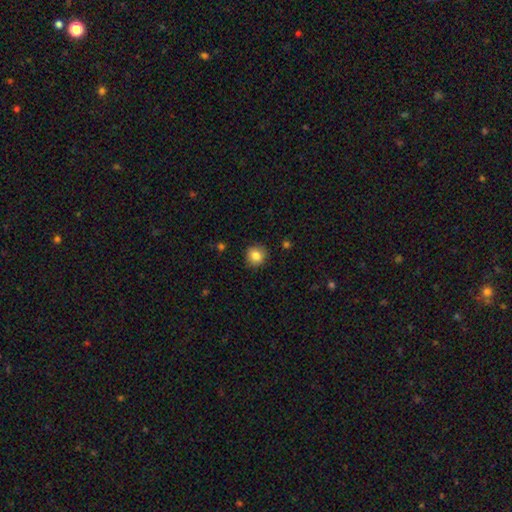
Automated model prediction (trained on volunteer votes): Smooth or featured? smooth (84%)
How rounded? round (89%)
Merging? none (88%)